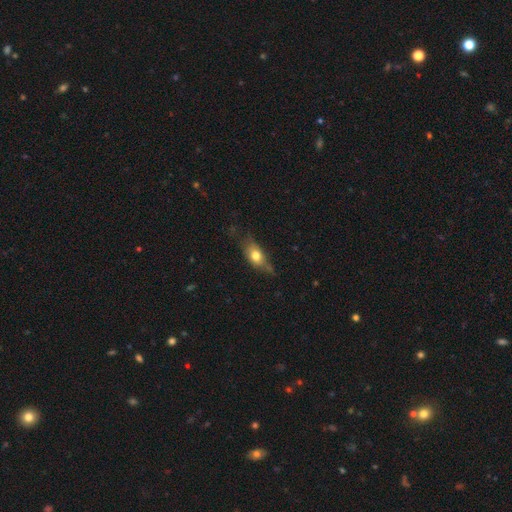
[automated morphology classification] Smooth or featured: smooth — 66% (featured or disk — 26%)
How rounded: in between — 72% (cigar-shaped — 15%)
Merging: none — 50% (minor disturbance — 35%)